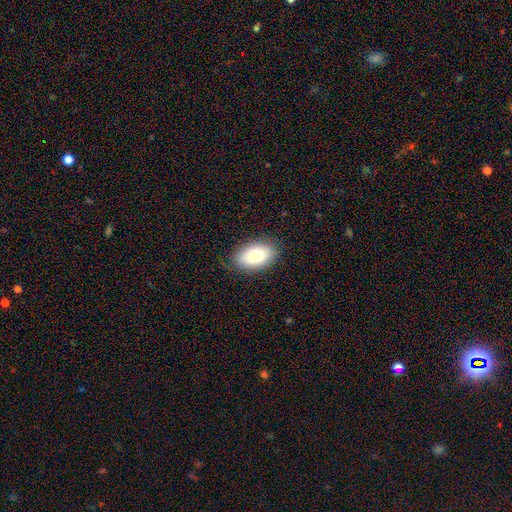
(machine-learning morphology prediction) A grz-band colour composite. It shows a smooth galaxy with no disk features (79%) that is in between round and cigar-shaped (92%). Merging: none (84%).